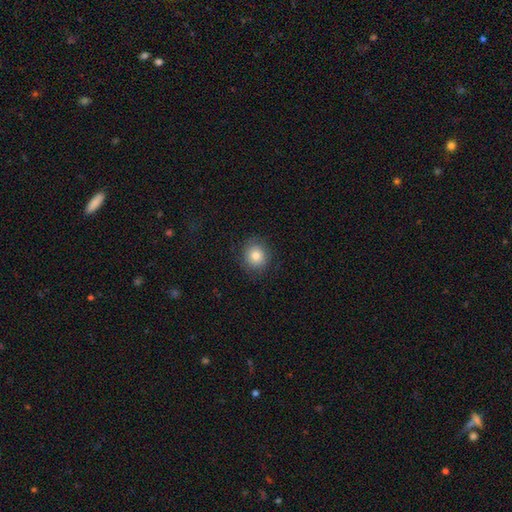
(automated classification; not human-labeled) Q: Smooth or featured?
A: smooth (80%); runner-up: star or artifact (11%)
Q: How rounded?
A: round (85%); runner-up: in between (14%)
Q: Merging?
A: none (85%); runner-up: minor disturbance (10%)